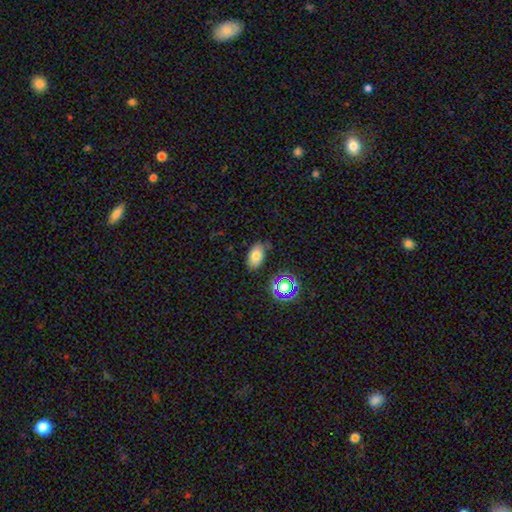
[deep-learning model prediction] Overall: smooth (76%). How rounded: in between (91%). Merging: none (77%).